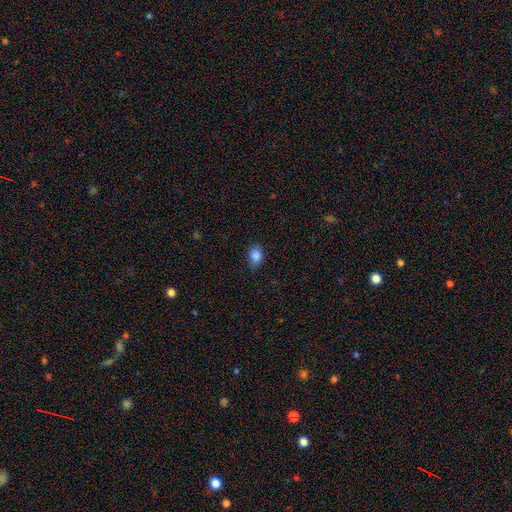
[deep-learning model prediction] Smooth or featured? Predicted: smooth (p=0.86). How rounded? Predicted: in between (p=0.69). Merging? Predicted: none (p=0.71).